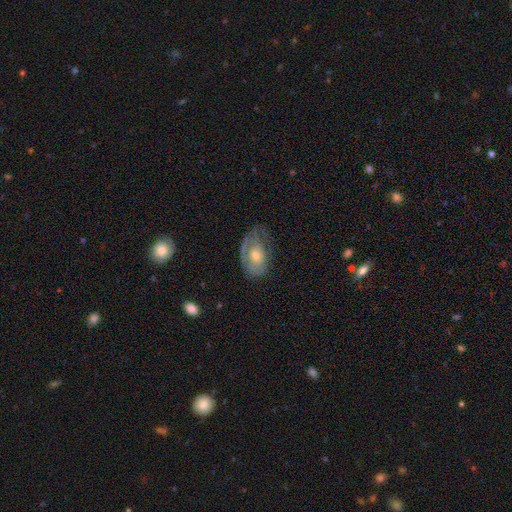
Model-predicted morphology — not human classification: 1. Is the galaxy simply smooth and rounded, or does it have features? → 58% featured or disk, 35% smooth, 8% star or artifact.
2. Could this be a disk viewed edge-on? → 93% no, 7% yes.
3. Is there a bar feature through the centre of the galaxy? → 80% no, 17% weak, 3% strong.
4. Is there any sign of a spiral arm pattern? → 58% yes, 42% no.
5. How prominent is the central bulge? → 55% moderate, 39% small, 4% large, 2% none, 1% dominant.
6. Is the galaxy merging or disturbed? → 48% none, 29% minor disturbance, 21% major disturbance, 2% merger.